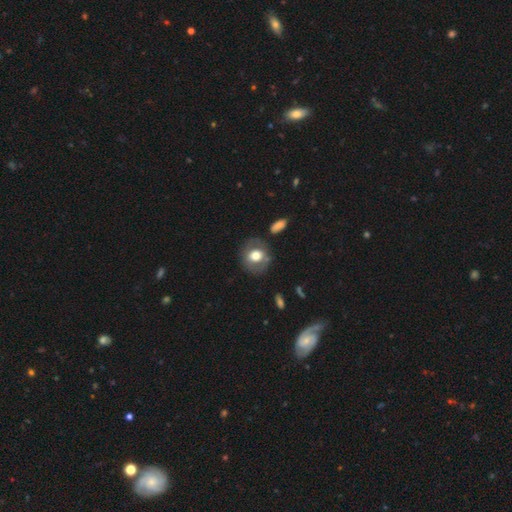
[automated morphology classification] The model was most divided on "smooth or featured": smooth: 59%, featured or disk: 34%, star or artifact: 8%. More confident: merging — none (77%); how rounded — round (69%).